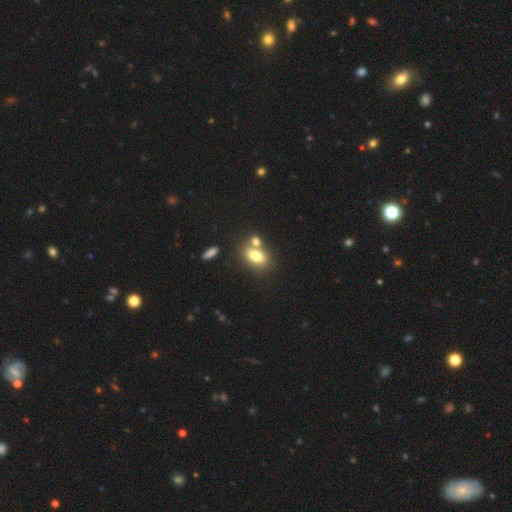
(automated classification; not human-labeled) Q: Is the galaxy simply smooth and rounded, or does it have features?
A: smooth — 77%.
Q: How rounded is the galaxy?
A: in between — 80%.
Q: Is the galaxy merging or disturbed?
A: none — 51%.